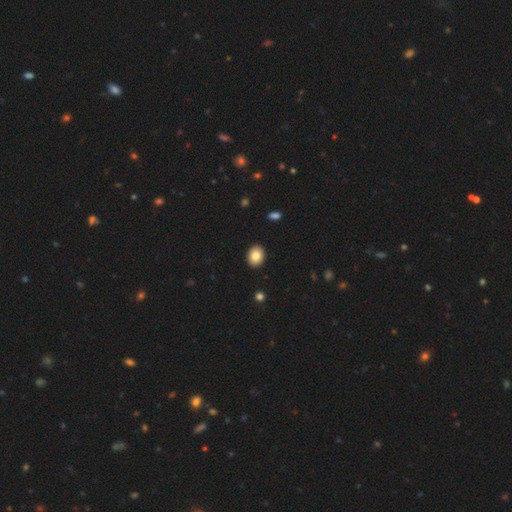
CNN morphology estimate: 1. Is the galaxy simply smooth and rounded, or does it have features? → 84% smooth, 8% star or artifact, 8% featured or disk.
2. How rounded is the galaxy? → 54% in between, 45% round, 1% cigar-shaped.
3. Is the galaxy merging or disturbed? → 92% none, 6% minor disturbance, 1% major disturbance, 1% merger.